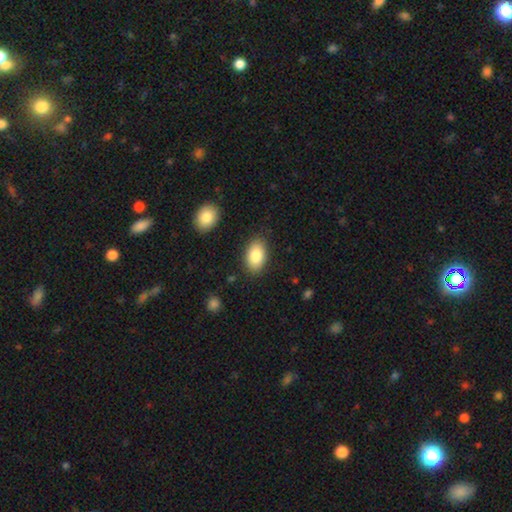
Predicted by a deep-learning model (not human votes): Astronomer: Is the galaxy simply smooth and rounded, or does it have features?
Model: smooth — 84%.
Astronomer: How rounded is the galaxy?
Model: in between — 93%.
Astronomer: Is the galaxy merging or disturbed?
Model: none — 86%.